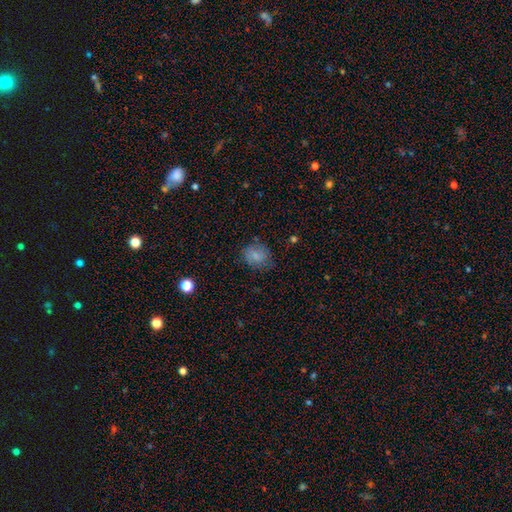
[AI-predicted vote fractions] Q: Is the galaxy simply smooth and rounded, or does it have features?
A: smooth — 77%.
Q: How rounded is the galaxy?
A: round — 61%.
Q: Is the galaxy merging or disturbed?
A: none — 69%.